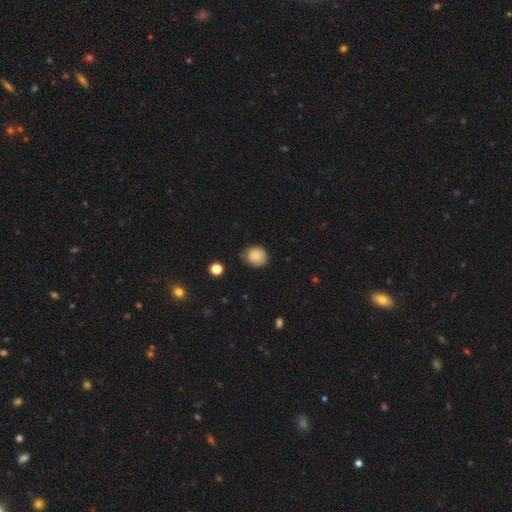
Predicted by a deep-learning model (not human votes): A smooth galaxy with no disk features (85%) that is round (79%).

Vote fractions:
- Smooth or featured? smooth: 85% / star or artifact: 9% / featured or disk: 7%
- How rounded? round: 79% / in between: 20% / cigar-shaped: 1%
- Merging? none: 72% / minor disturbance: 23% / major disturbance: 4% / merger: 2%